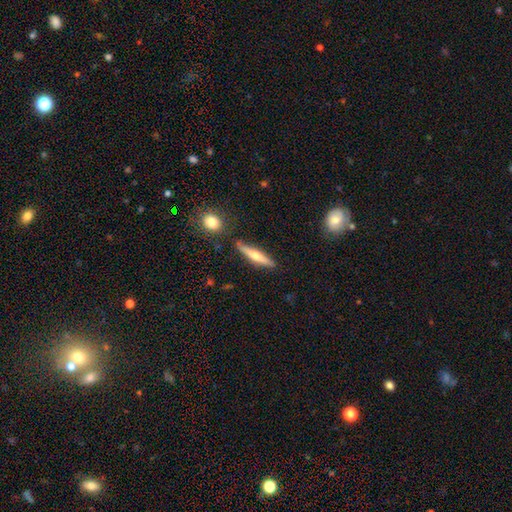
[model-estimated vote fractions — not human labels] Smooth or featured: featured or disk — 50% (smooth — 43%)
Edge-on disk: yes — 95% (no — 5%)
Merging: none — 84% (minor disturbance — 10%)